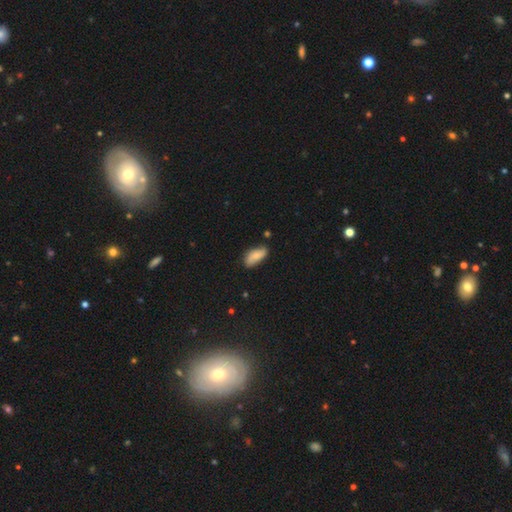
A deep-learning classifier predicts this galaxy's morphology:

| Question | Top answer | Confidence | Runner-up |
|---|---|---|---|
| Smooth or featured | smooth | 73% | featured or disk (20%) |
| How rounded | in between | 87% | cigar-shaped (10%) |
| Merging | none | 70% | minor disturbance (24%) |